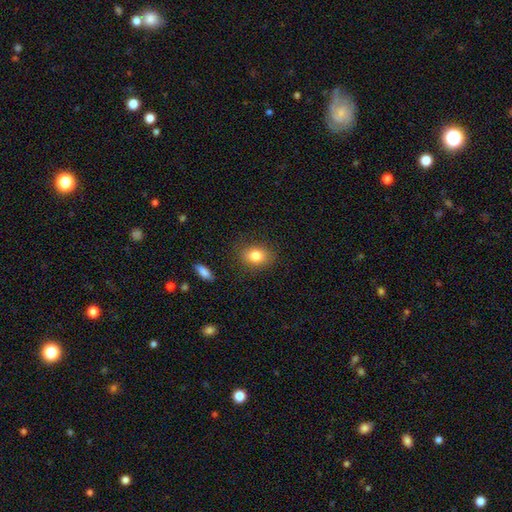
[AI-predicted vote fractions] The model was most divided on "how rounded": in between: 65%, round: 34%, cigar-shaped: 1%. More confident: merging — none (83%); smooth or featured — smooth (82%).